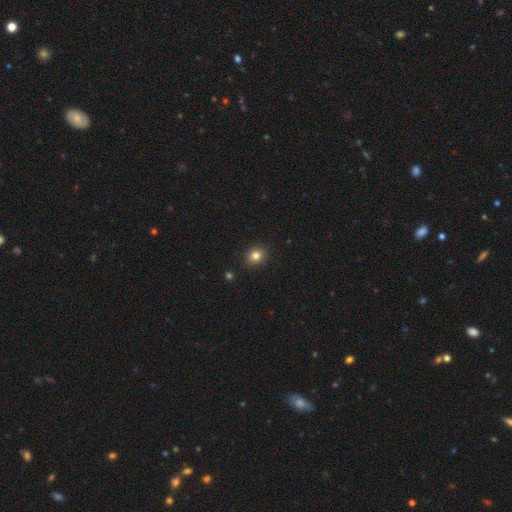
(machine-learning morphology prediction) A smooth galaxy with no disk features (82%) that is round (76%). Merging: none (90%).